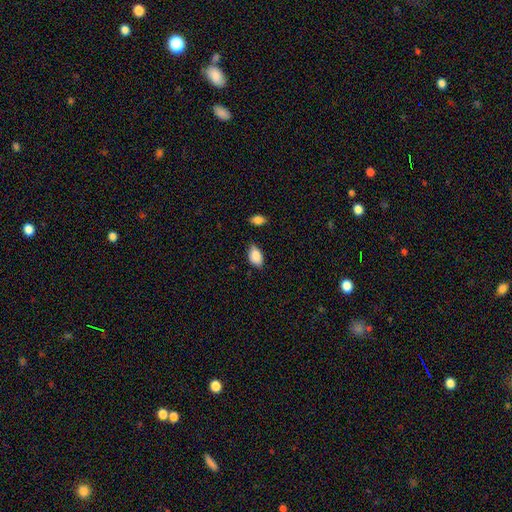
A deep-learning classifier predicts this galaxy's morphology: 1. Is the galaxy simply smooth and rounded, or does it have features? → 86% smooth, 7% featured or disk, 7% star or artifact.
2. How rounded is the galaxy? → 93% in between, 5% round, 2% cigar-shaped.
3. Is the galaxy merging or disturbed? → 75% none, 19% minor disturbance, 3% major disturbance, 3% merger.